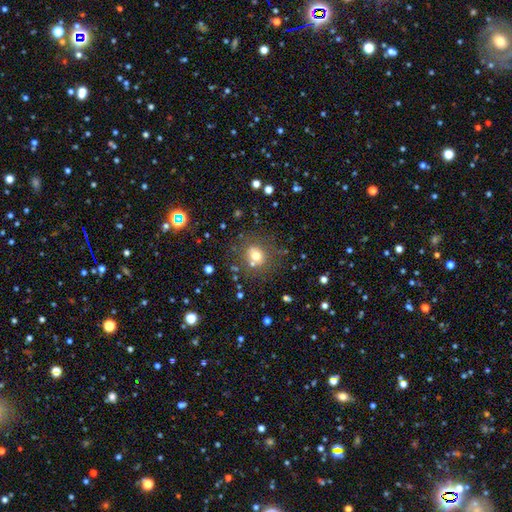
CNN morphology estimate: This appears to be a smooth galaxy with no disk features (68%) that is round (81%). Merging: none (69%).